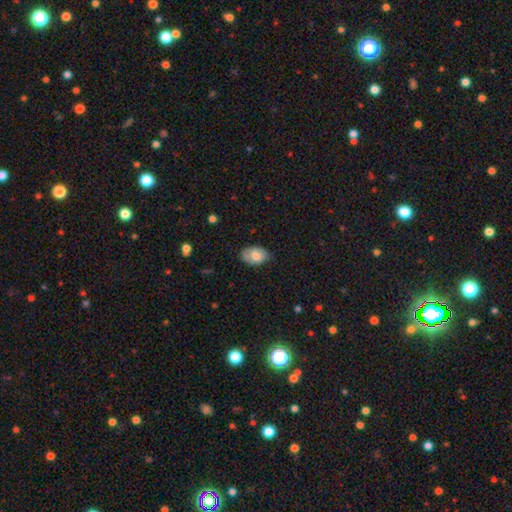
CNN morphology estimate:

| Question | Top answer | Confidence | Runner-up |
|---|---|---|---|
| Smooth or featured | smooth | 74% | featured or disk (19%) |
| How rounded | in between | 85% | round (14%) |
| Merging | none | 77% | minor disturbance (19%) |